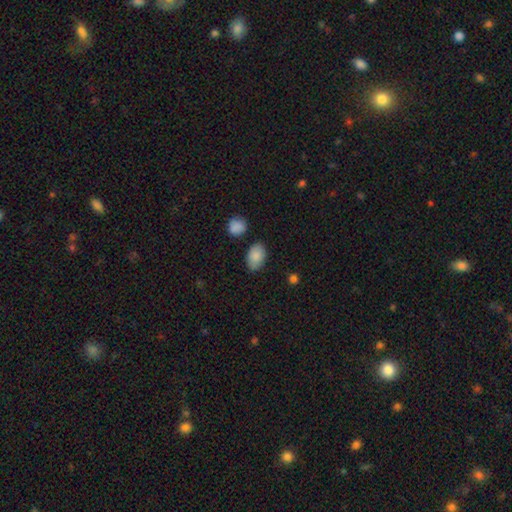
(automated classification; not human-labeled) Q: Smooth or featured?
A: smooth (87%); runner-up: star or artifact (7%)
Q: How rounded?
A: in between (89%); runner-up: round (10%)
Q: Merging?
A: none (79%); runner-up: minor disturbance (14%)